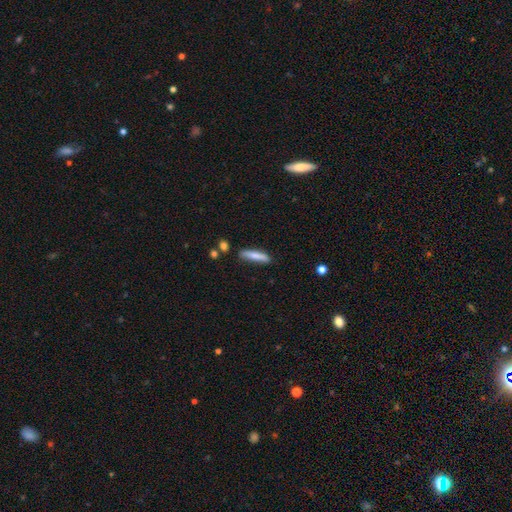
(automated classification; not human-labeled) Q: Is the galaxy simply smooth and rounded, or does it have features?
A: smooth — 74%.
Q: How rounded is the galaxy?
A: cigar-shaped — 84%.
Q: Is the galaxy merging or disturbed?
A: none — 80%.